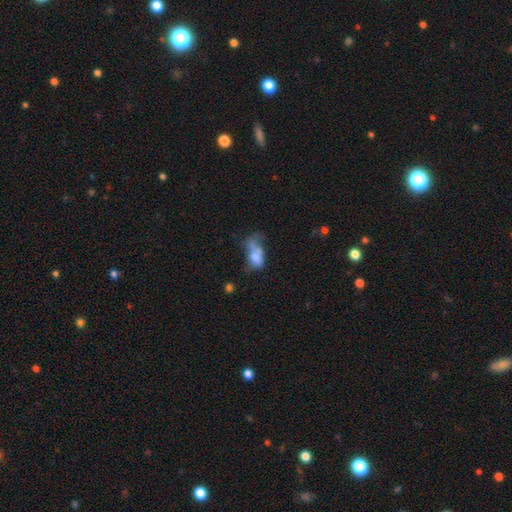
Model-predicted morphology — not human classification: Overall: smooth (61%; featured or disk 27%). How rounded: in between (86%). Merging: major disturbance (38%; merger 24%).